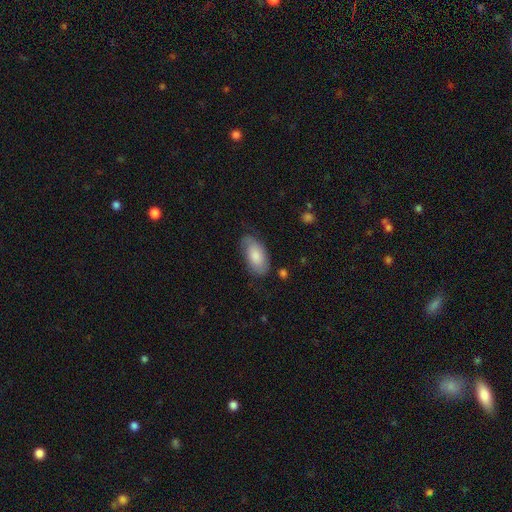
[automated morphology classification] smooth-or-featured: smooth: 76% | featured or disk: 18% | star or artifact: 6%
  how-rounded: in between: 93% | cigar-shaped: 4% | round: 3%
  merging: none: 67% | minor disturbance: 24% | major disturbance: 7% | merger: 2%